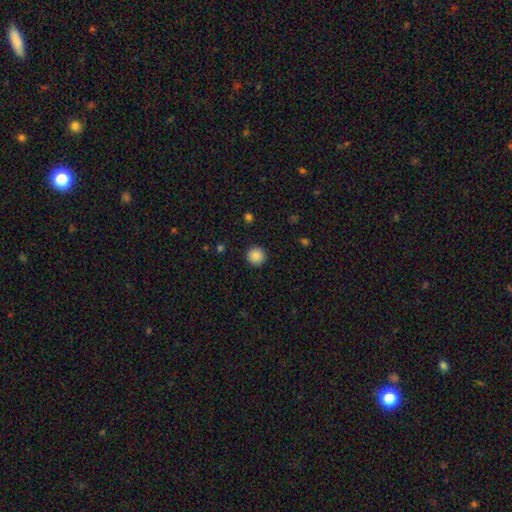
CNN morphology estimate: This is clearly a smooth galaxy (88%). How rounded: clearly round (95%). Merging: clearly none (92%).